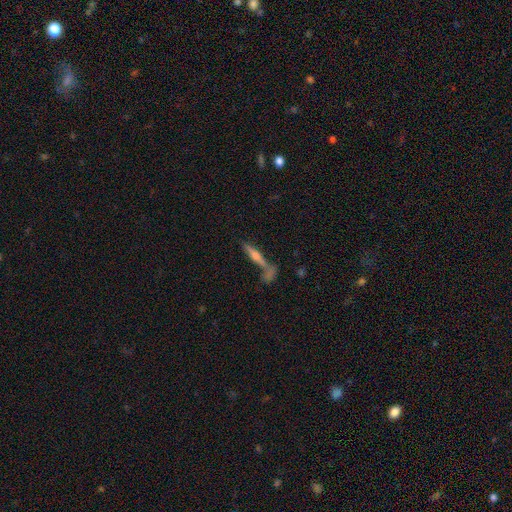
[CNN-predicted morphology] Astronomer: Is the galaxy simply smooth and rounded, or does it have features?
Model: featured or disk — 58% (runner-up: smooth, 34%).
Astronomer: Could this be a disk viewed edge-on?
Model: yes — 94%.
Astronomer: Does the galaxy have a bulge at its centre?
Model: rounded — 85%.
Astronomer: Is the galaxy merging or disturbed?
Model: none — 60%.